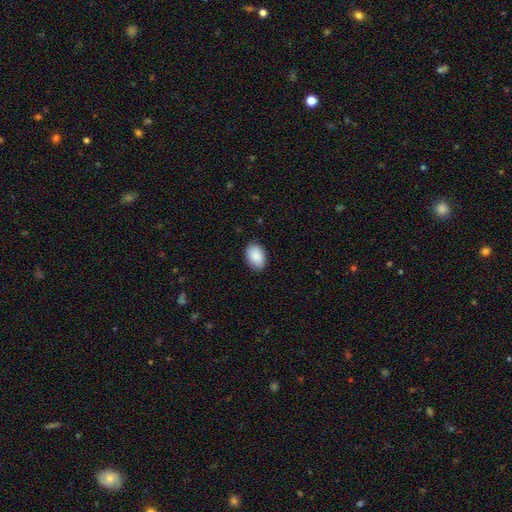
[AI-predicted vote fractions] The model was most divided on "merging": none: 85%, minor disturbance: 12%, major disturbance: 2%, merger: 1%. More confident: smooth or featured — smooth (89%); how rounded — in between (89%).